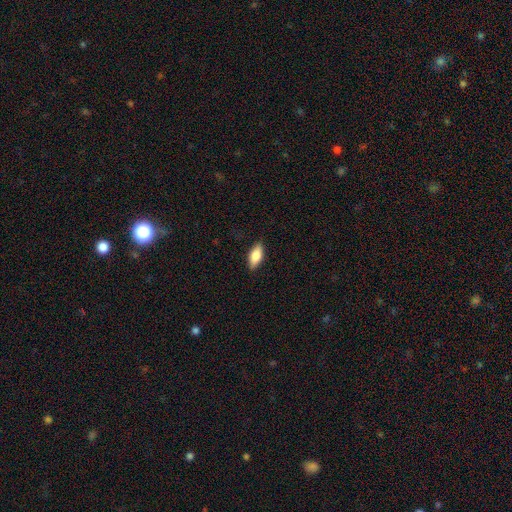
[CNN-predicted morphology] smooth-or-featured: smooth: 77% | featured or disk: 17% | star or artifact: 6%
  how-rounded: in between: 81% | cigar-shaped: 17% | round: 3%
  merging: none: 86% | minor disturbance: 10% | major disturbance: 2% | merger: 1%